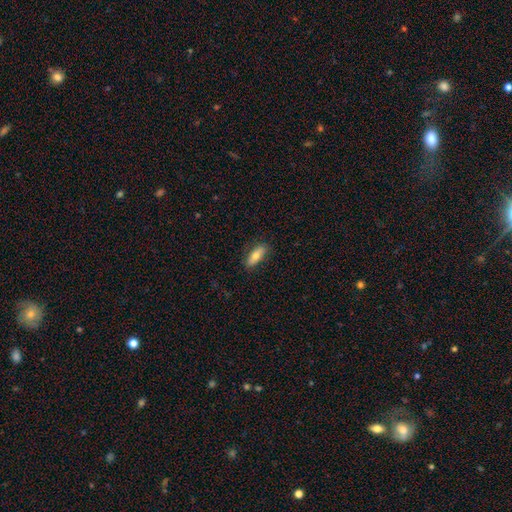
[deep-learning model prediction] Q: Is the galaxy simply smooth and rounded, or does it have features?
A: smooth — 73%.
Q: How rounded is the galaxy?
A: in between — 69%.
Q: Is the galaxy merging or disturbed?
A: none — 84%.